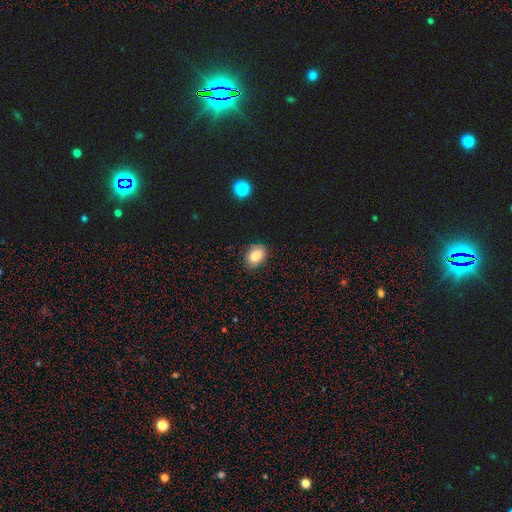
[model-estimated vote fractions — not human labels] Smooth or featured?
  - smooth: 82% *
  - star or artifact: 10%
  - featured or disk: 8%
How rounded?
  - in between: 80% *
  - round: 19%
  - cigar-shaped: 1%
Merging?
  - none: 82% *
  - minor disturbance: 14%
  - major disturbance: 3%
  - merger: 1%